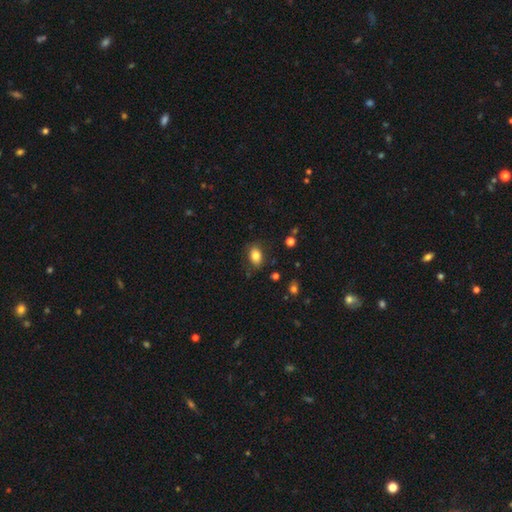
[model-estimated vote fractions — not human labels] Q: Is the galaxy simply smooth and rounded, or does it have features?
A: smooth — 83%.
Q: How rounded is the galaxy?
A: in between — 82%.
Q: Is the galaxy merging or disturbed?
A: none — 79%.